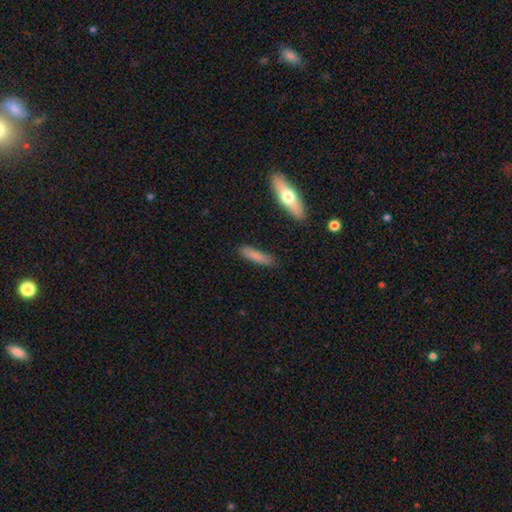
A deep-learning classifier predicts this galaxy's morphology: Q: Smooth or featured?
A: smooth (78%); runner-up: featured or disk (16%)
Q: How rounded?
A: cigar-shaped (79%); runner-up: in between (19%)
Q: Merging?
A: none (84%); runner-up: minor disturbance (11%)